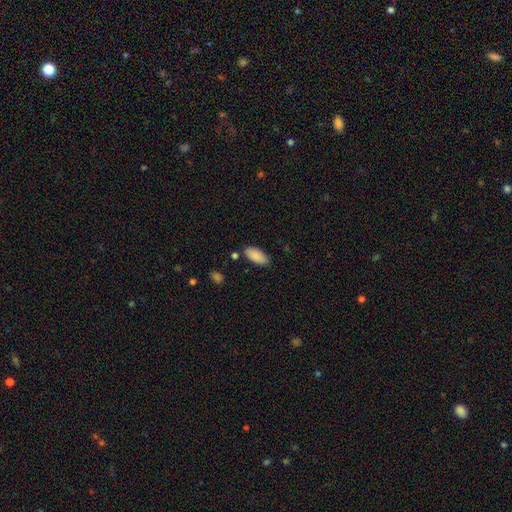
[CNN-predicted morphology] The model was most divided on "merging": none: 81%, minor disturbance: 13%, merger: 3%, major disturbance: 3%. More confident: how rounded — in between (91%); smooth or featured — smooth (89%).